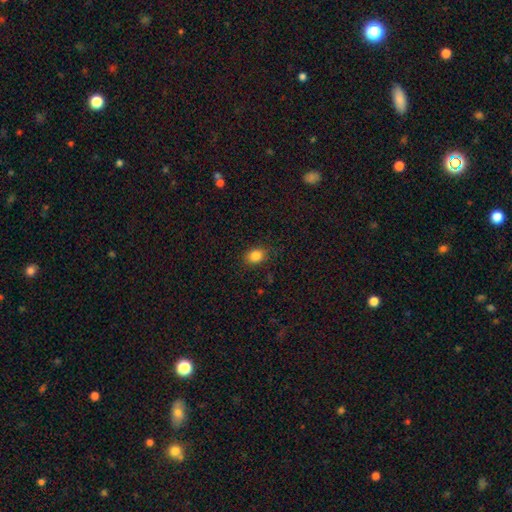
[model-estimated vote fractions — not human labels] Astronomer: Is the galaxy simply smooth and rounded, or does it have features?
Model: smooth — 84%.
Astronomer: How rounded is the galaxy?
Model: in between — 55% (runner-up: round, 44%).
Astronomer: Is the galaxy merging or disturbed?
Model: none — 85%.